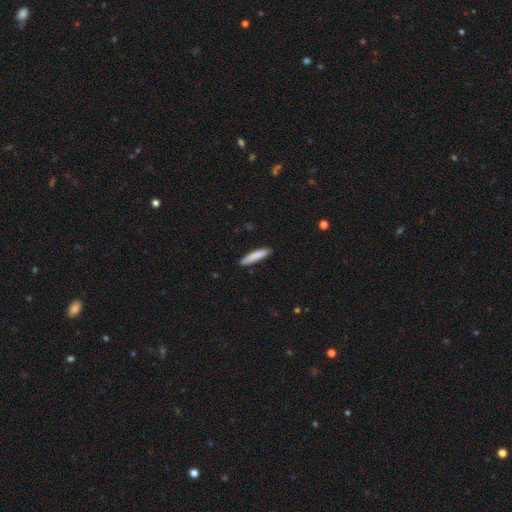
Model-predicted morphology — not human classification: The model was most divided on "smooth or featured": smooth: 84%, featured or disk: 10%, star or artifact: 6%. More confident: how rounded — cigar-shaped (87%); merging — none (86%).